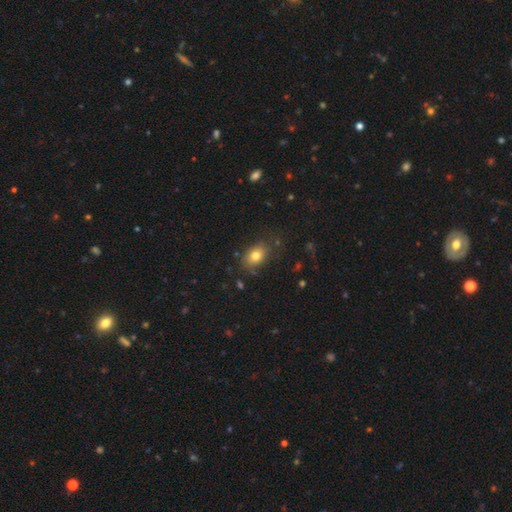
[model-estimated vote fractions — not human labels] smooth-or-featured: smooth: 78% | featured or disk: 12% | star or artifact: 11%
  how-rounded: in between: 75% | round: 24% | cigar-shaped: 2%
  merging: none: 75% | minor disturbance: 17% | major disturbance: 5% | merger: 2%